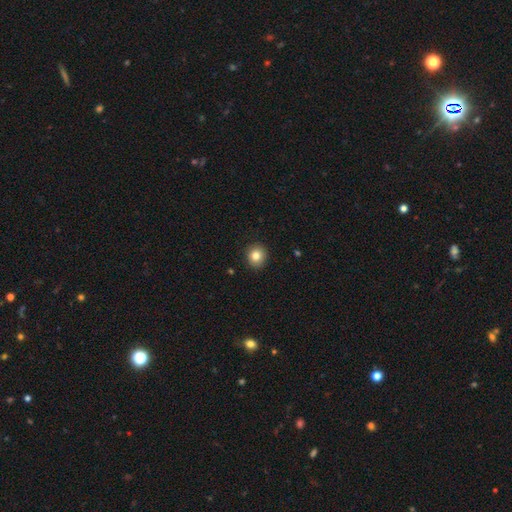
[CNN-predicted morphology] A smooth galaxy with no disk features (82%) that is round (87%). Merging: none (91%).